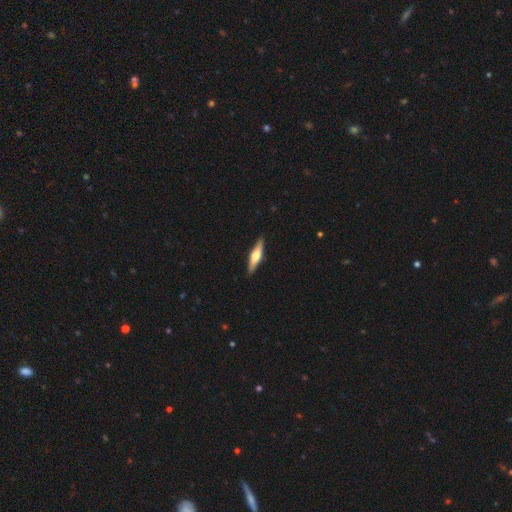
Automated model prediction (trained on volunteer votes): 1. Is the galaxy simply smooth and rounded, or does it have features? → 56% featured or disk, 38% smooth, 5% star or artifact.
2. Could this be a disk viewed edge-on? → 96% yes, 4% no.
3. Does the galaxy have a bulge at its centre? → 87% rounded, 10% boxy, 3% none.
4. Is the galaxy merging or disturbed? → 90% none, 7% minor disturbance, 2% major disturbance, 1% merger.